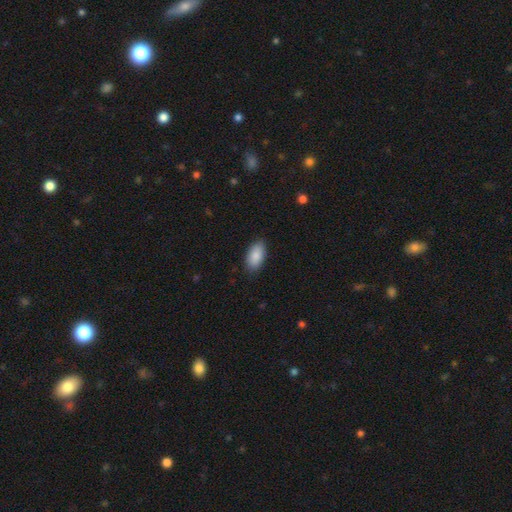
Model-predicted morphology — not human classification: The model was most divided on "merging": none: 86%, minor disturbance: 11%, major disturbance: 2%, merger: 1%. More confident: how rounded — in between (94%); smooth or featured — smooth (88%).